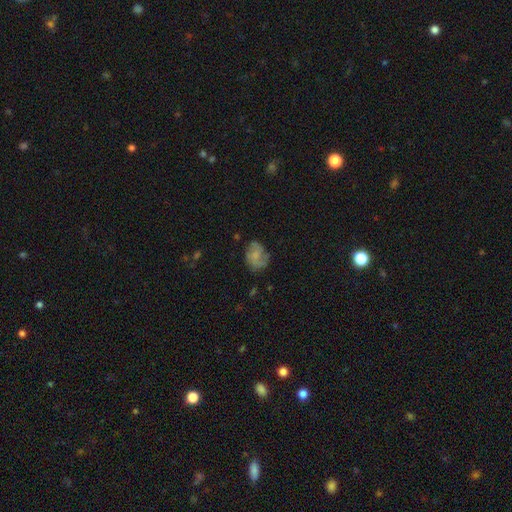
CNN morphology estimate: A smooth galaxy with no disk features (50%).

Vote fractions:
- Smooth or featured? smooth: 50% / featured or disk: 41% / star or artifact: 9%
- Merging? none: 60% / minor disturbance: 25% / major disturbance: 13% / merger: 2%